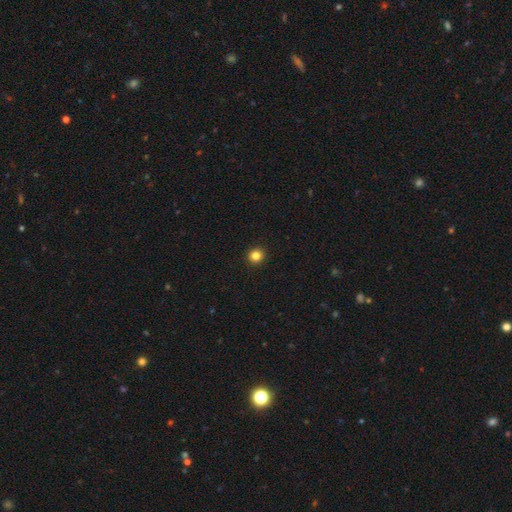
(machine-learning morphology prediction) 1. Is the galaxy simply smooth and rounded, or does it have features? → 83% smooth, 12% star or artifact, 5% featured or disk.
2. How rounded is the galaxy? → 91% round, 8% in between, 1% cigar-shaped.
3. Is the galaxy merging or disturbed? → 93% none, 4% minor disturbance, 1% major disturbance, 1% merger.